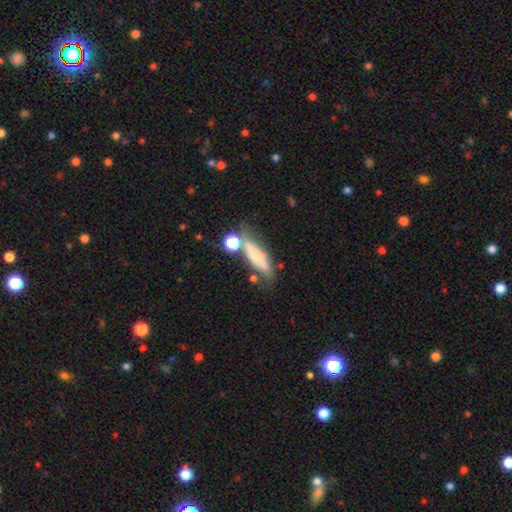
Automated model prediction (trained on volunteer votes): Morphology: type=smooth (54%); roundness=cigar-shaped (50%); merging=none (52%).